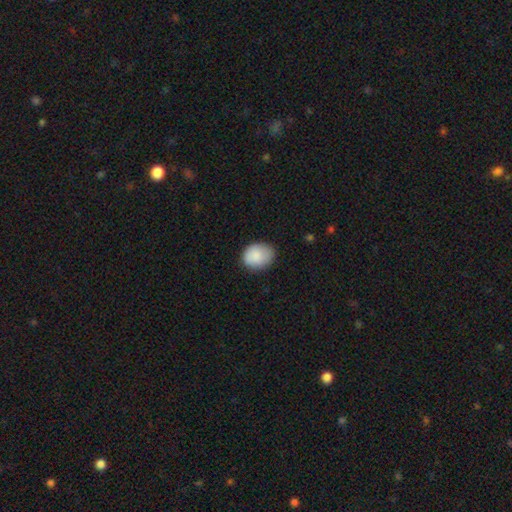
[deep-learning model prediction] A smooth galaxy with no disk features (87%) that is in between round and cigar-shaped (52%).

Vote fractions:
- Smooth or featured? smooth: 87% / star or artifact: 7% / featured or disk: 6%
- How rounded? in between: 52% / round: 47% / cigar-shaped: 1%
- Merging? none: 78% / minor disturbance: 18% / major disturbance: 3% / merger: 1%